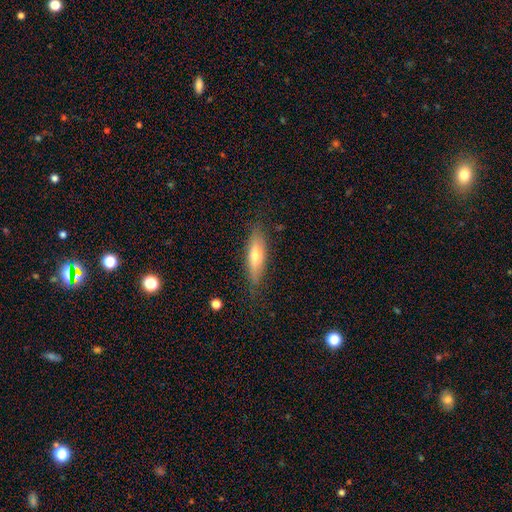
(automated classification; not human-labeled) Smooth or featured? smooth (58%)
How rounded? cigar-shaped (60%)
Merging? none (80%)